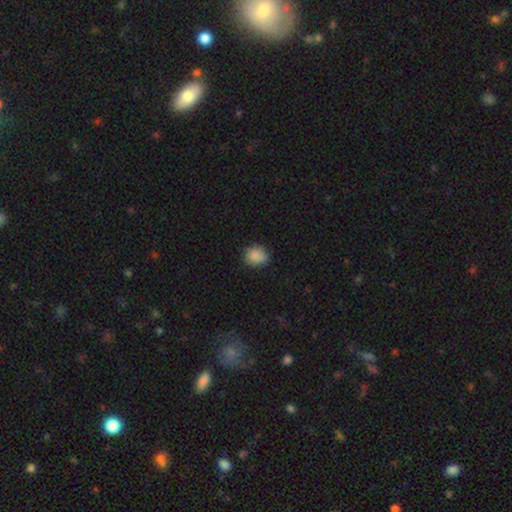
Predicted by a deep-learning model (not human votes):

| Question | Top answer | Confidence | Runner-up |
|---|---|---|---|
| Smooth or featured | smooth | 85% | star or artifact (9%) |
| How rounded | round | 67% | in between (32%) |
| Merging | none | 72% | minor disturbance (22%) |